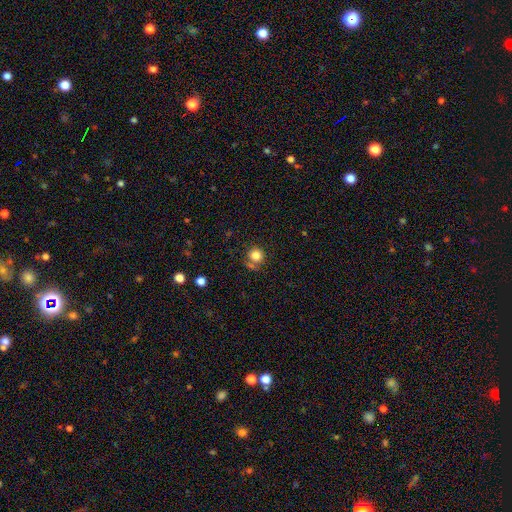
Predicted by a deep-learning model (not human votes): Smooth or featured: smooth — 82% (star or artifact — 11%)
How rounded: round — 91% (in between — 8%)
Merging: none — 68% (minor disturbance — 14%)